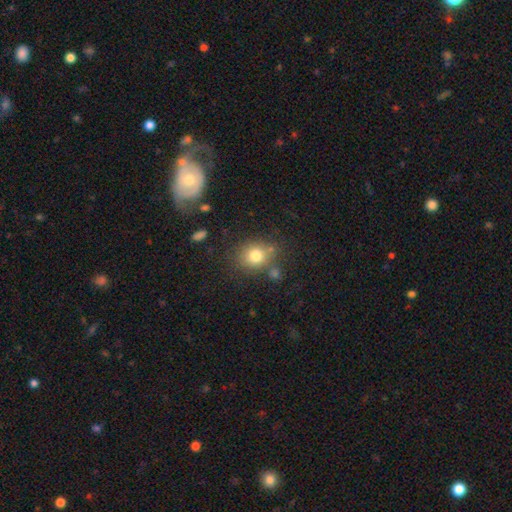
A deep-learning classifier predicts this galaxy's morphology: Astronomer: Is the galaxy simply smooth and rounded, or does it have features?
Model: smooth — 78%.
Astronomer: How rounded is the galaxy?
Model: round — 72%.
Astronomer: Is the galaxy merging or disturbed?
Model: none — 73%.